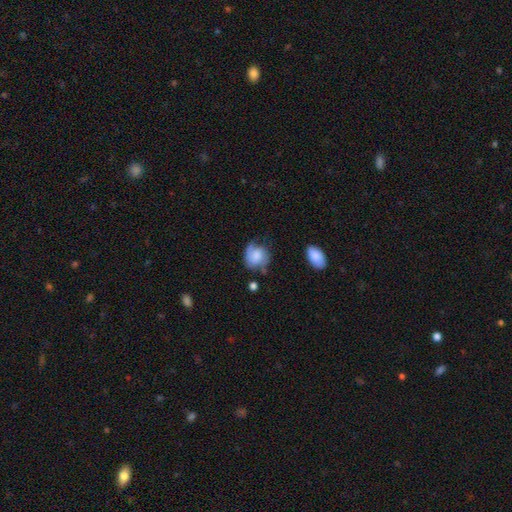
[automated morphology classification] This is likely a smooth galaxy (61%). How rounded: likely round (66%). Merging: possibly none (45%).